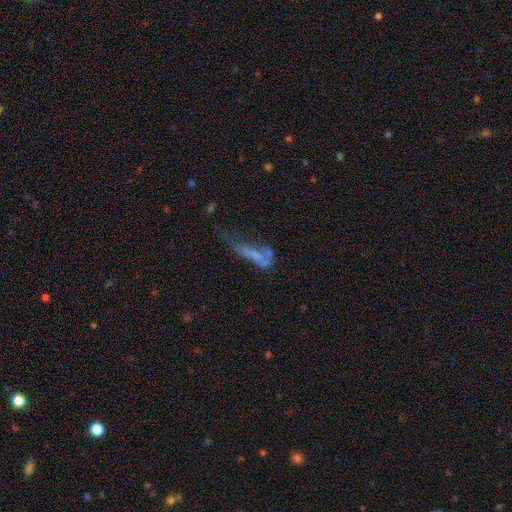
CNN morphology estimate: Smooth or featured? featured or disk (43%)
Merging? major disturbance (42%)